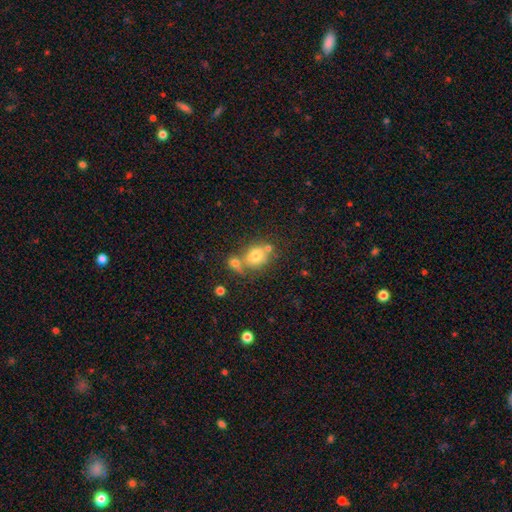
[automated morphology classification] A smooth galaxy with no disk features (74%) that is round (55%).

Vote fractions:
- Smooth or featured? smooth: 74% / featured or disk: 14% / star or artifact: 11%
- How rounded? round: 55% / in between: 44% / cigar-shaped: 1%
- Merging? none: 45% / merger: 37% / minor disturbance: 13% / major disturbance: 5%